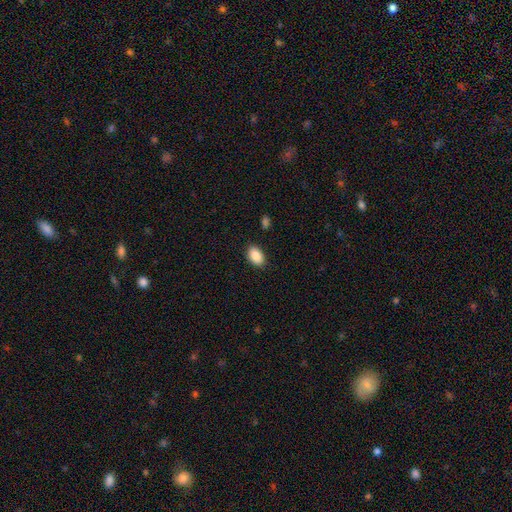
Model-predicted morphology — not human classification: smooth_or_featured: smooth (p=0.89) [alt: star or artifact p=0.07]
how_rounded: in between (p=0.91) [alt: round p=0.07]
merging: none (p=0.87) [alt: minor disturbance p=0.09]